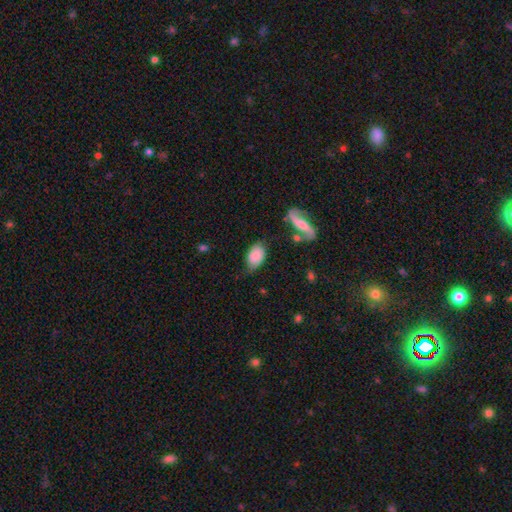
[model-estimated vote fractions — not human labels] Smooth or featured?
  - smooth: 75% *
  - featured or disk: 18%
  - star or artifact: 8%
How rounded?
  - in between: 90% *
  - round: 8%
  - cigar-shaped: 2%
Merging?
  - none: 55% *
  - minor disturbance: 30%
  - major disturbance: 9%
  - merger: 6%